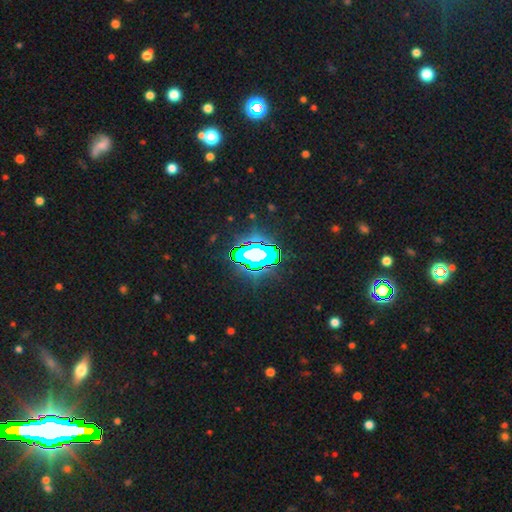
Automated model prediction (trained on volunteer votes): Overall: star or artifact (66%).